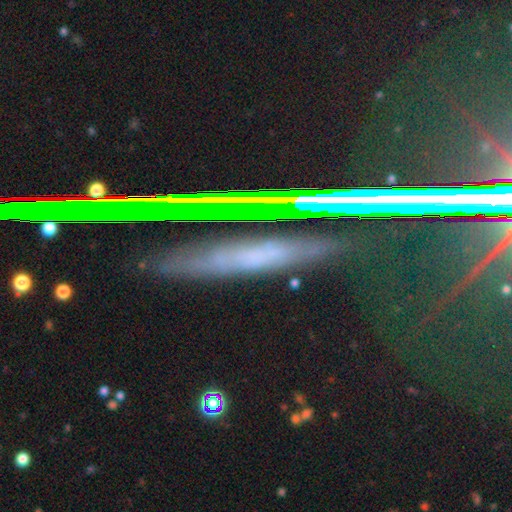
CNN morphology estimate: Smooth or featured: star or artifact — 53% (featured or disk — 27%)